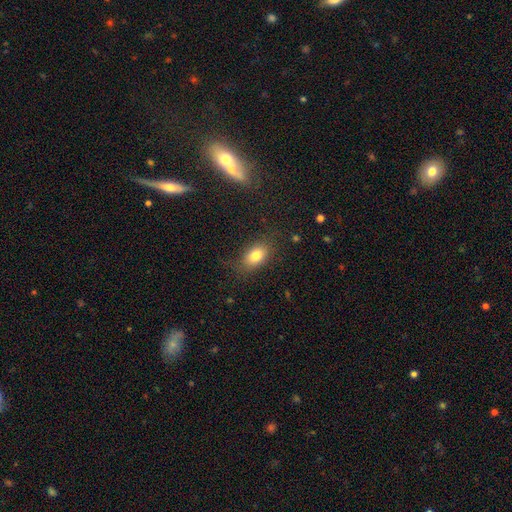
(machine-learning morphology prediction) type=smooth (80%); roundness=in between (85%); merging=none (77%).